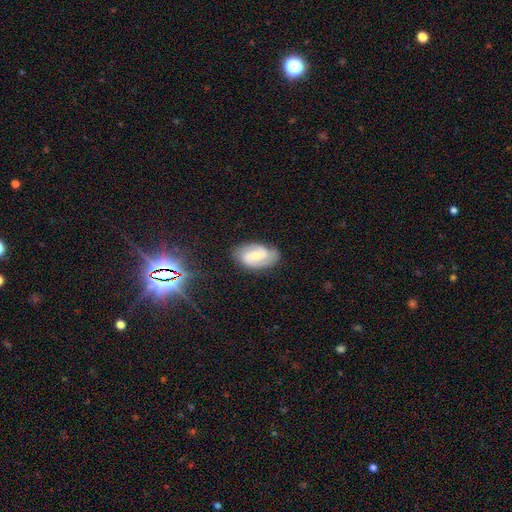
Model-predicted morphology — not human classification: featured or disk 73%, smooth 21%, star or artifact 6%. Down the decision tree: edge-on disk — no (96%); bar — weak (50%); spiral arms — yes (93%); spiral arm count — 2 (81%); spiral winding — medium (46%); bulge size — small (50%); merging — none (79%).